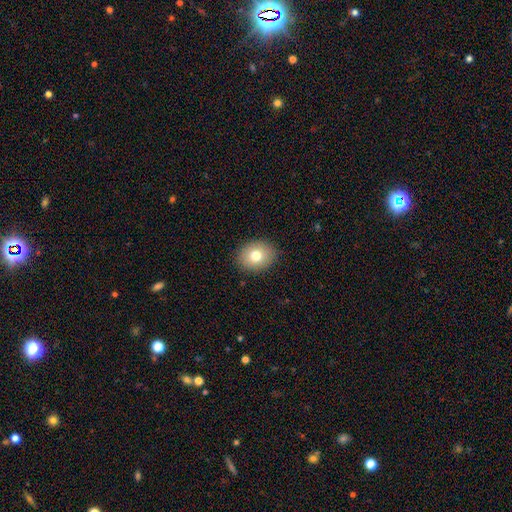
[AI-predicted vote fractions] This is likely a smooth galaxy (77%). How rounded: possibly round (52%). Merging: clearly none (89%).